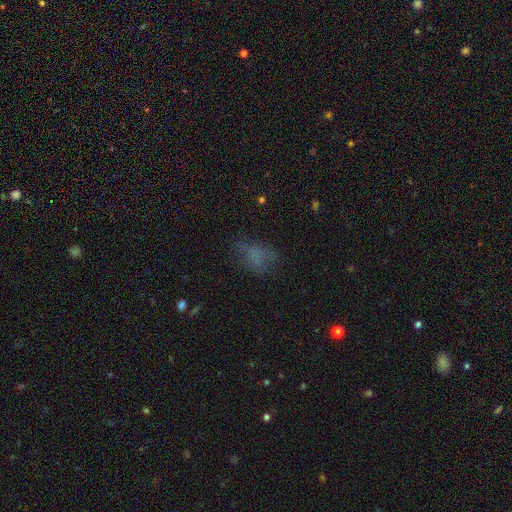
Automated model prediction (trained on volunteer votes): Smooth or featured: smooth — 63% (star or artifact — 19%)
How rounded: in between — 77% (round — 19%)
Merging: none — 55% (minor disturbance — 23%)